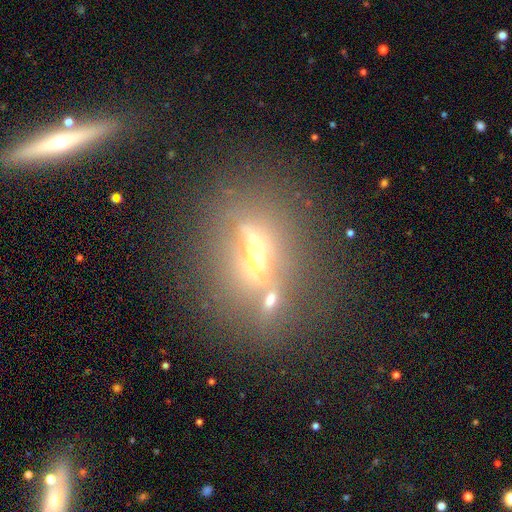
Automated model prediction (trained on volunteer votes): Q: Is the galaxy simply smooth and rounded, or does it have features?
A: featured or disk — 57%.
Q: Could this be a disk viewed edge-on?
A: yes — 54%.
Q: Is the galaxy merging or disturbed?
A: none — 49%.